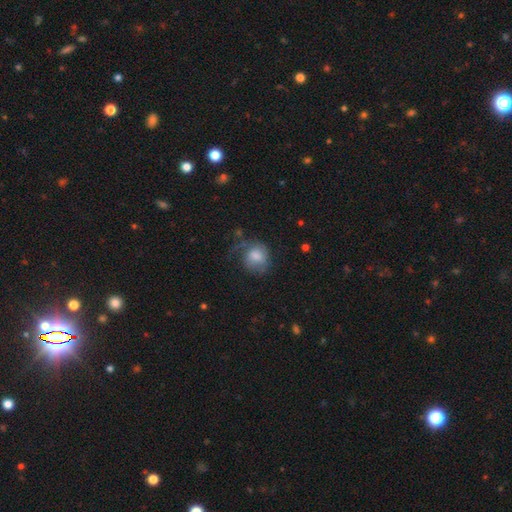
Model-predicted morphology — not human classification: This appears to be a smooth galaxy with no disk features (62%) that is round (73%). Merging: none (48%).